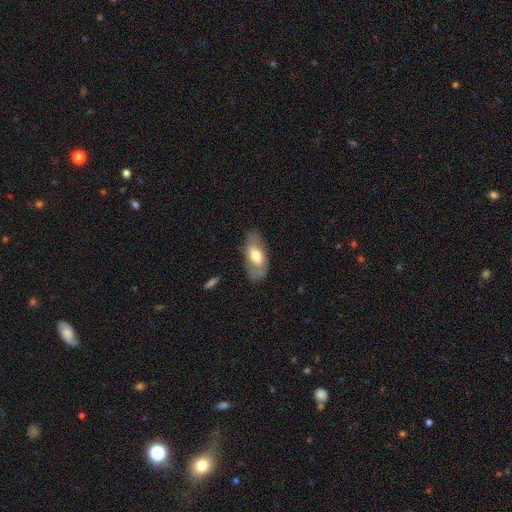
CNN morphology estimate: smooth_or_featured: smooth (p=0.58) [alt: featured or disk p=0.36]
how_rounded: in between (p=0.90) [alt: cigar-shaped p=0.06]
merging: none (p=0.74) [alt: minor disturbance p=0.18]